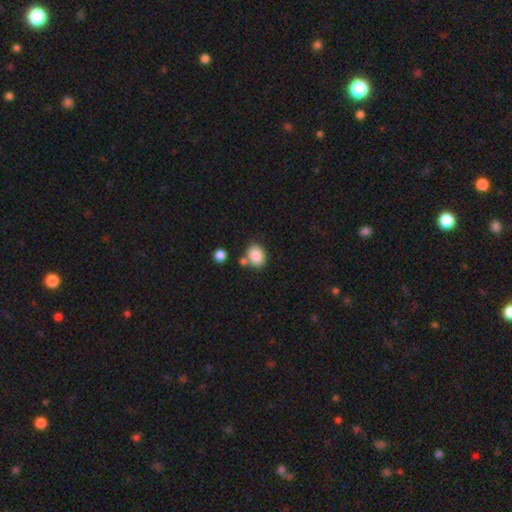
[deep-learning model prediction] A smooth galaxy with no disk features (86%) that is in between round and cigar-shaped (53%). Merging: none (66%).